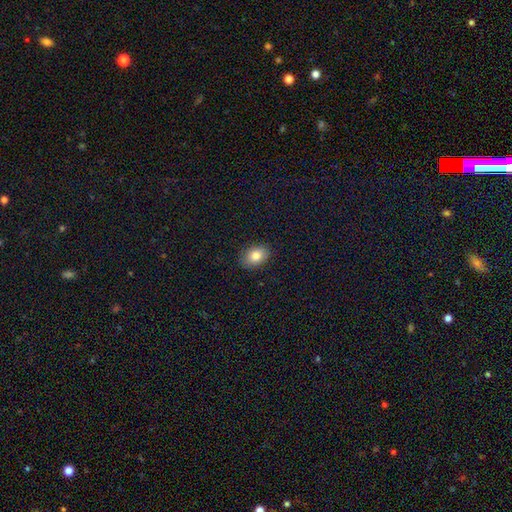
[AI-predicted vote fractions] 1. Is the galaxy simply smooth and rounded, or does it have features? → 83% smooth, 9% featured or disk, 8% star or artifact.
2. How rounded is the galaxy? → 79% in between, 20% round, 1% cigar-shaped.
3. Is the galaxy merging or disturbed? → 89% none, 8% minor disturbance, 2% major disturbance, 1% merger.